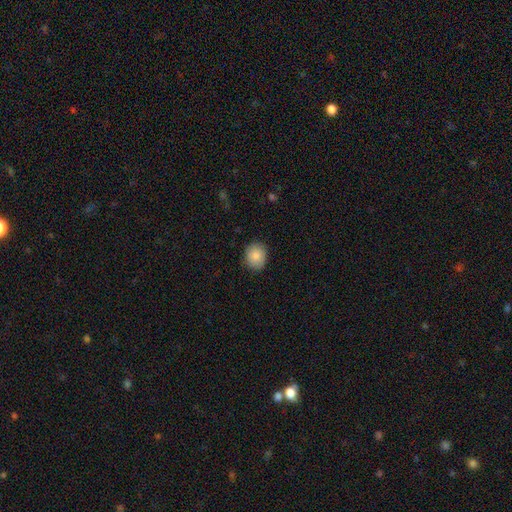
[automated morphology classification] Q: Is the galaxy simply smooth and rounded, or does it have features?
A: smooth — 87%.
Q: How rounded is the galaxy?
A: round — 69%.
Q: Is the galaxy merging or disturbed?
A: none — 85%.